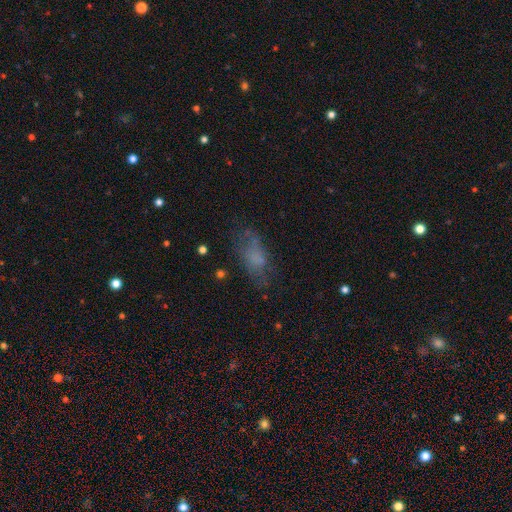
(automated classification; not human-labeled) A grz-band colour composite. It shows a smooth galaxy with no disk features (59%) that is in between round and cigar-shaped (78%). Merging: none (58%).